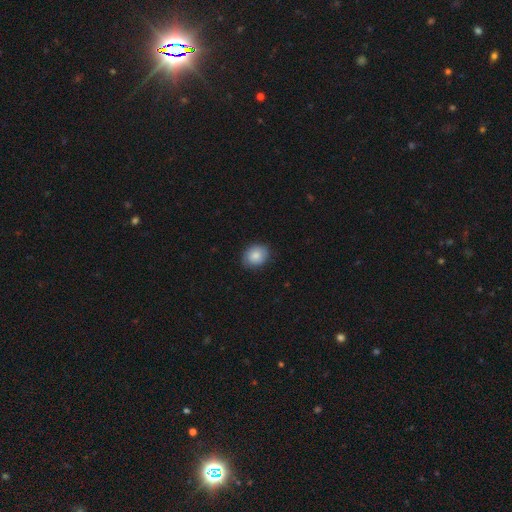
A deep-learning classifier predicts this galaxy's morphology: The model was most divided on "how rounded": round: 53%, in between: 46%, cigar-shaped: 1%. More confident: smooth or featured — smooth (84%); merging — none (83%).